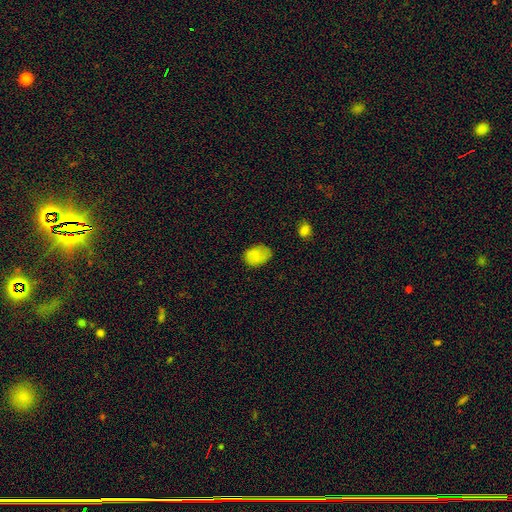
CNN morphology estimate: A smooth galaxy with no disk features (78%) that is in between round and cigar-shaped (76%). Merging: none (73%).